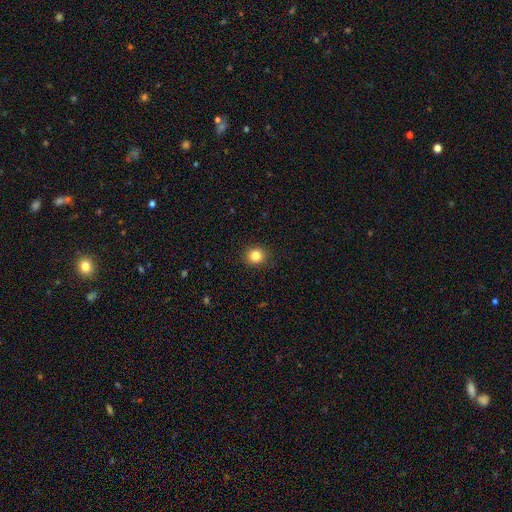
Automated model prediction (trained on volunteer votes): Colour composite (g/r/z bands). It shows a smooth galaxy with no disk features (83%) that is round (88%). Merging: none (91%).